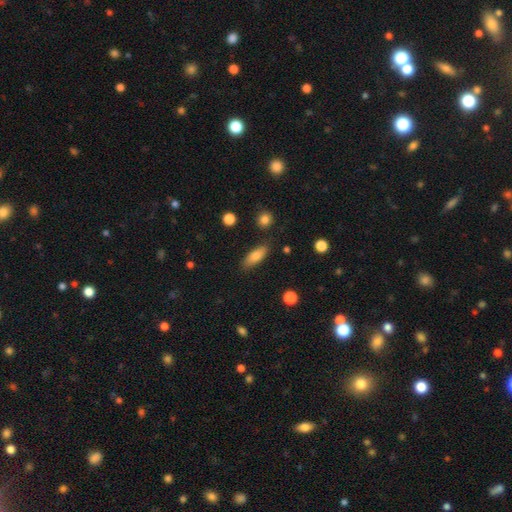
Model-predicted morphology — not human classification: Q: Smooth or featured?
A: smooth (79%); runner-up: featured or disk (14%)
Q: How rounded?
A: in between (67%); runner-up: cigar-shaped (30%)
Q: Merging?
A: none (83%); runner-up: minor disturbance (12%)